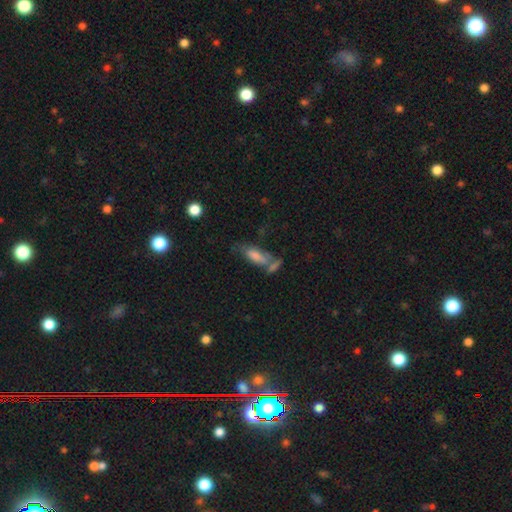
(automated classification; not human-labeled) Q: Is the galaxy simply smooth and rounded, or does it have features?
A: smooth — 60%.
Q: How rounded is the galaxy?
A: in between — 63%.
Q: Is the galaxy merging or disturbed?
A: none — 39%.